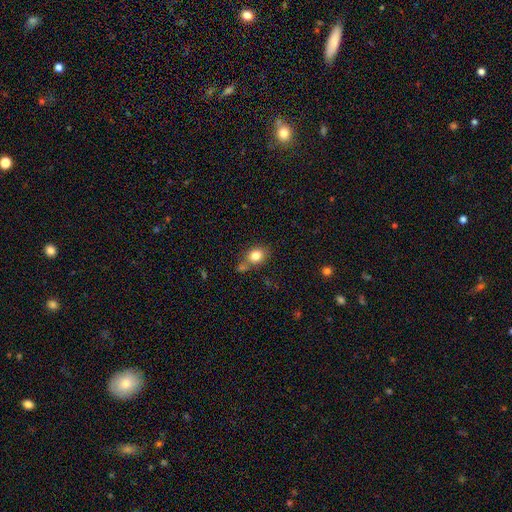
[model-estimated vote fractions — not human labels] Overall: smooth (82%). How rounded: round (51%; in between 48%). Merging: none (58%; merger 20%).